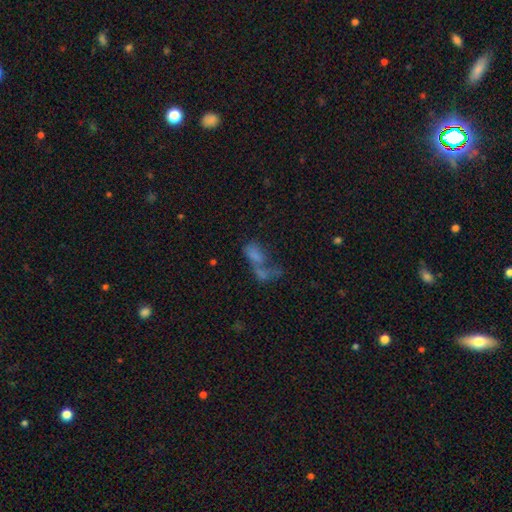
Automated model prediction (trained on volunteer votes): smooth_or_featured: smooth (p=0.61) [alt: featured or disk p=0.23]
how_rounded: in between (p=0.83) [alt: round p=0.10]
merging: merger (p=0.61) [alt: major disturbance p=0.16]